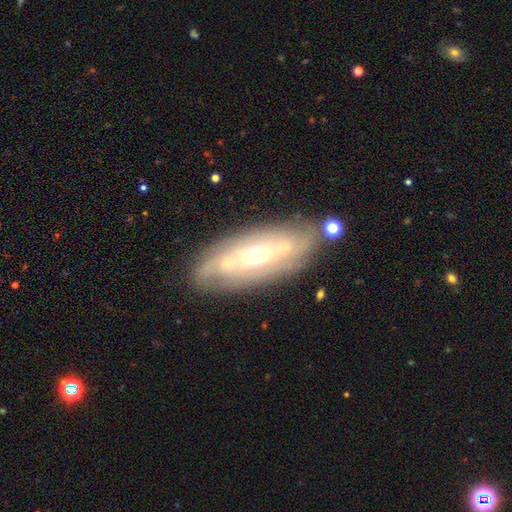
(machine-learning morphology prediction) featured or disk 75%, smooth 19%, star or artifact 7%. Down the decision tree: edge-on disk — no (82%); bar — no (57%); spiral arms — yes (79%); bulge size — moderate (58%); merging — none (75%).